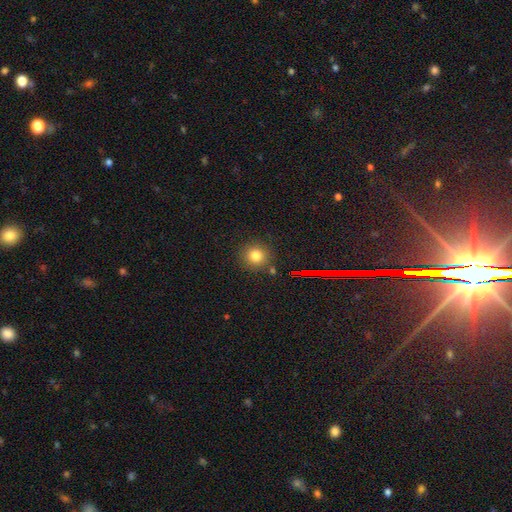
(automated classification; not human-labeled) This appears to be a smooth galaxy with no disk features (78%) that is round (92%). Merging: none (85%).